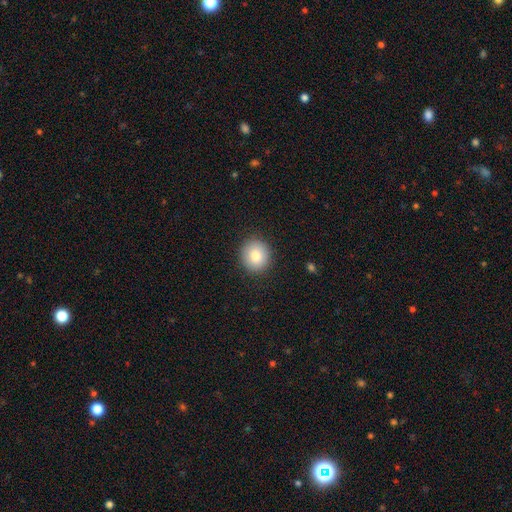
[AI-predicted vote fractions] smooth-or-featured: smooth: 82% | featured or disk: 9% | star or artifact: 9%
  how-rounded: round: 86% | in between: 13% | cigar-shaped: 1%
  merging: none: 90% | minor disturbance: 7% | major disturbance: 2% | merger: 1%